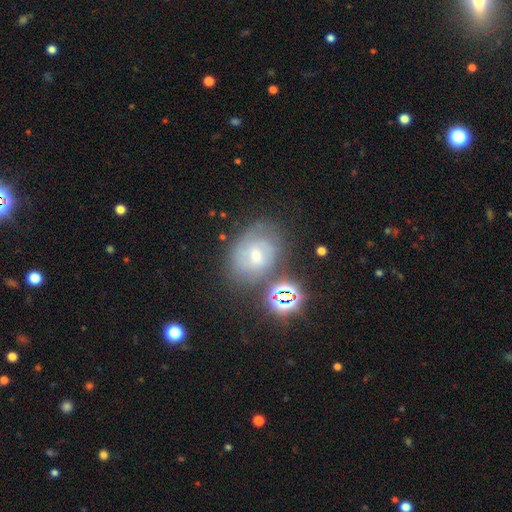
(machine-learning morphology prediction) A featured or disk galaxy (46%).

Vote fractions:
- Smooth or featured? featured or disk: 46% / smooth: 35% / star or artifact: 19%
- Merging? none: 56% / minor disturbance: 22% / major disturbance: 12% / merger: 9%